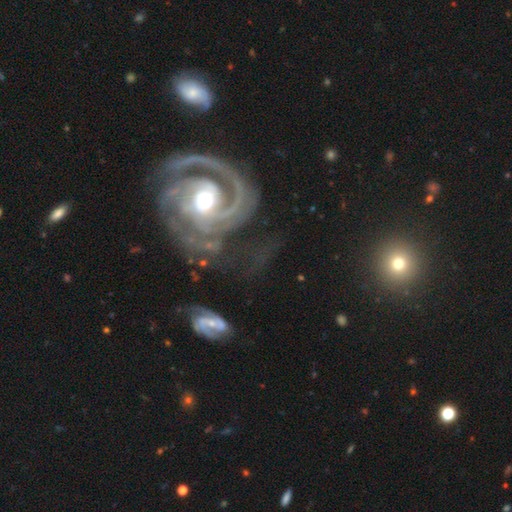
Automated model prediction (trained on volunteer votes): Smooth or featured? Predicted: featured or disk (p=0.89). Edge-on disk? Predicted: no (p=0.97). Bar? Predicted: no (p=0.52). Spiral arms? Predicted: yes (p=0.97). Spiral winding? Predicted: tight (p=0.58). Spiral arm count? Predicted: 2 (p=0.44). Bulge size? Predicted: moderate (p=0.71). Merging? Predicted: none (p=0.50).